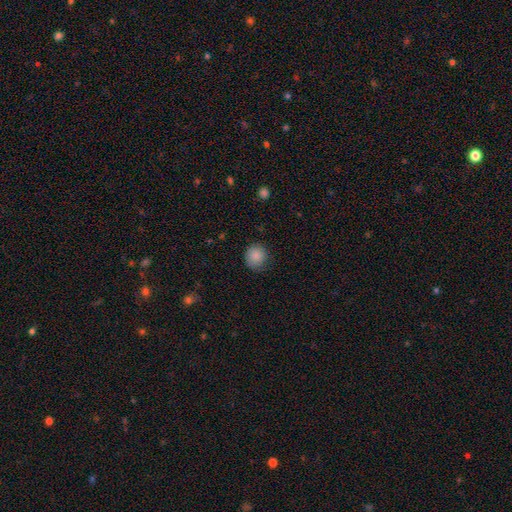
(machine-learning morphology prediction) Smooth or featured: smooth — 86% (star or artifact — 9%)
How rounded: round — 88% (in between — 11%)
Merging: none — 81% (minor disturbance — 15%)